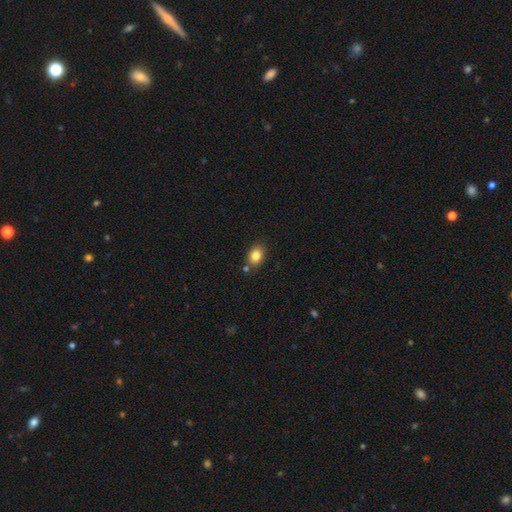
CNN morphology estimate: Smooth or featured: smooth — 84% (star or artifact — 10%)
How rounded: in between — 58% (round — 41%)
Merging: none — 77% (minor disturbance — 12%)